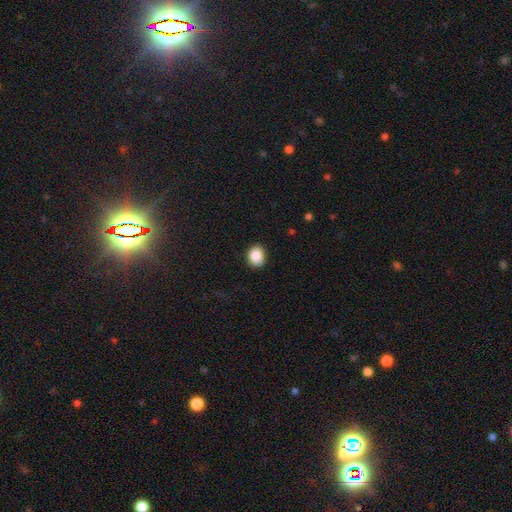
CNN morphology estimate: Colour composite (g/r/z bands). It shows a smooth galaxy with no disk features (88%) that is round (57%). Merging: none (88%).